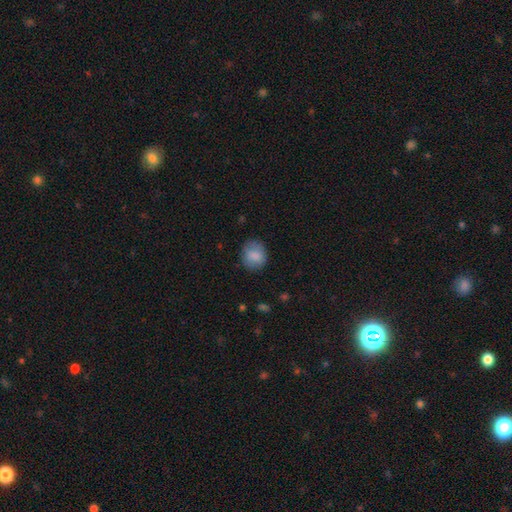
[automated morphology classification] This appears to be a smooth galaxy with no disk features (84%) that is round (65%). Merging: none (77%).